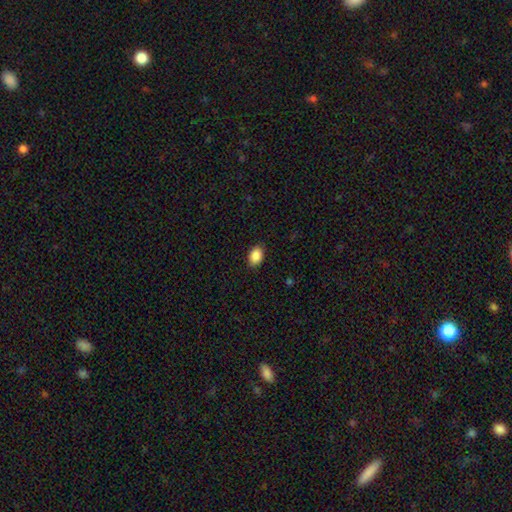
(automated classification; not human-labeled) Q: Smooth or featured?
A: smooth (89%); runner-up: star or artifact (8%)
Q: How rounded?
A: in between (84%); runner-up: round (15%)
Q: Merging?
A: none (89%); runner-up: minor disturbance (8%)